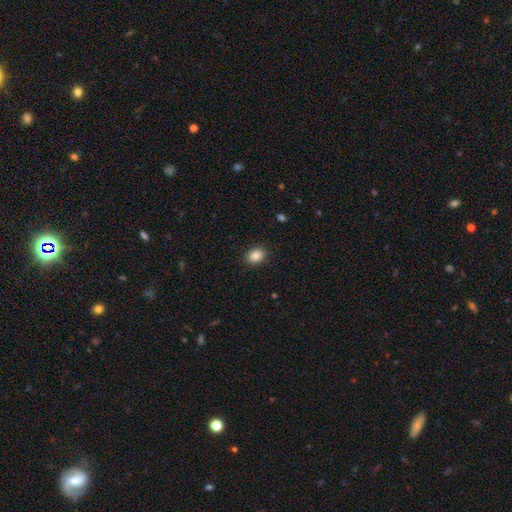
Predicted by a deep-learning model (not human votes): Morphology: type=smooth (87%); roundness=in between (57%); merging=none (89%).